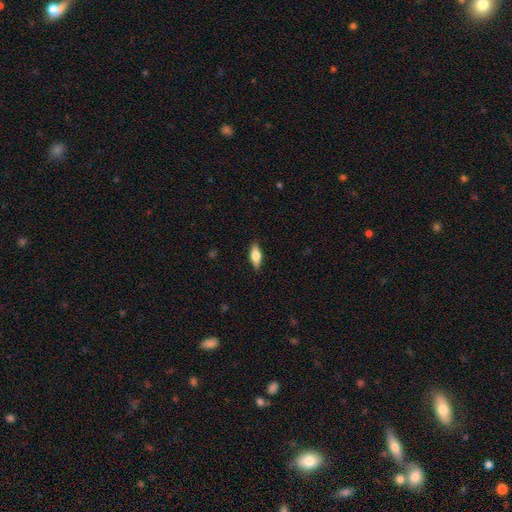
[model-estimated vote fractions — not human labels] The model was most divided on "smooth or featured": smooth: 64%, featured or disk: 29%, star or artifact: 6%. More confident: merging — none (87%); how rounded — in between (70%).